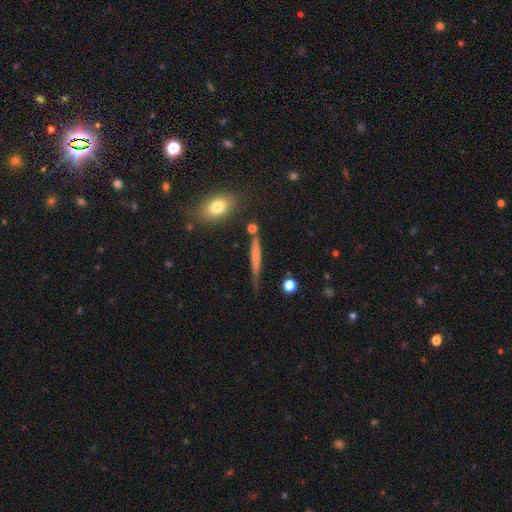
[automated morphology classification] smooth_or_featured: smooth (p=0.54) [alt: featured or disk p=0.38]
how_rounded: cigar-shaped (p=0.91) [alt: in between p=0.05]
merging: none (p=0.74) [alt: minor disturbance p=0.17]